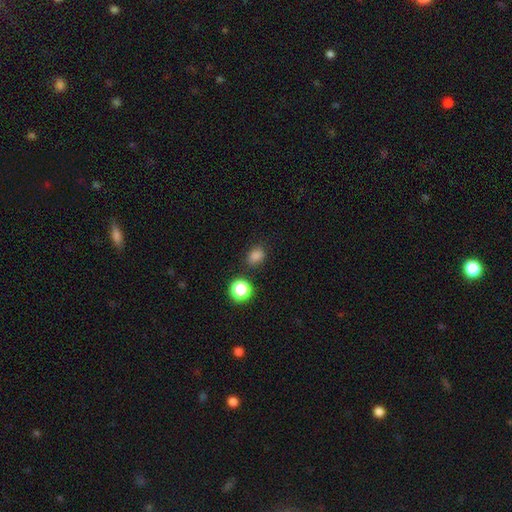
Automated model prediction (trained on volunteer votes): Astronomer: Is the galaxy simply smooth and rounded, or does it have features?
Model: smooth — 81%.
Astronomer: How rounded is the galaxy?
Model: in between — 60% (runner-up: round, 39%).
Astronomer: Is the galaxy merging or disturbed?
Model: none — 78%.